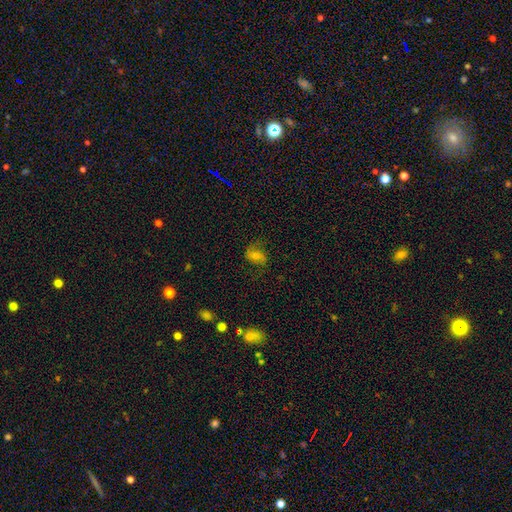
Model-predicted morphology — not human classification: smooth_or_featured: featured or disk (p=0.49) [alt: smooth p=0.37]
merging: none (p=0.71) [alt: minor disturbance p=0.18]